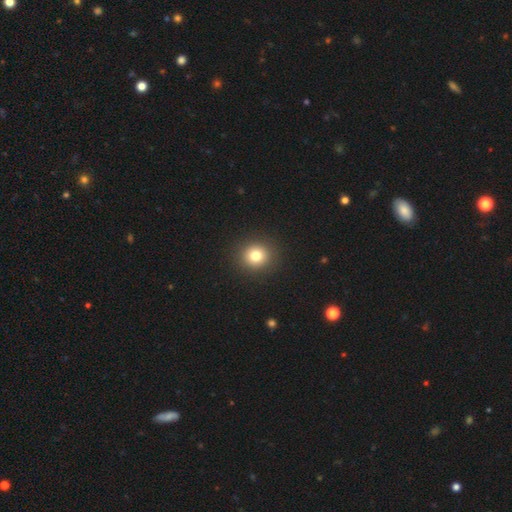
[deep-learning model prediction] smooth 80%, star or artifact 12%, featured or disk 8%. Down the decision tree: how rounded — round (88%); merging — none (92%).